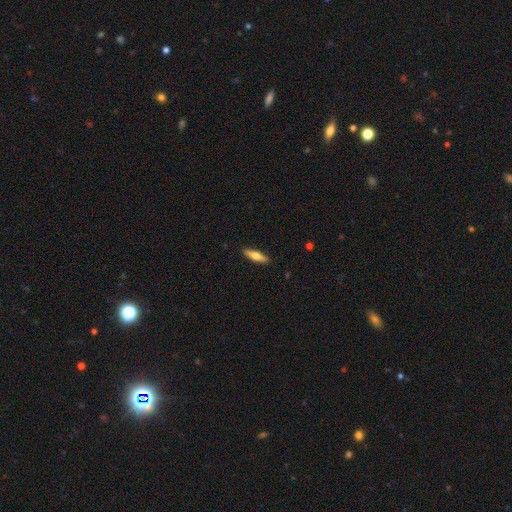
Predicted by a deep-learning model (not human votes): Smooth or featured: smooth — 63% (featured or disk — 31%)
How rounded: cigar-shaped — 68% (in between — 30%)
Merging: none — 90% (minor disturbance — 7%)